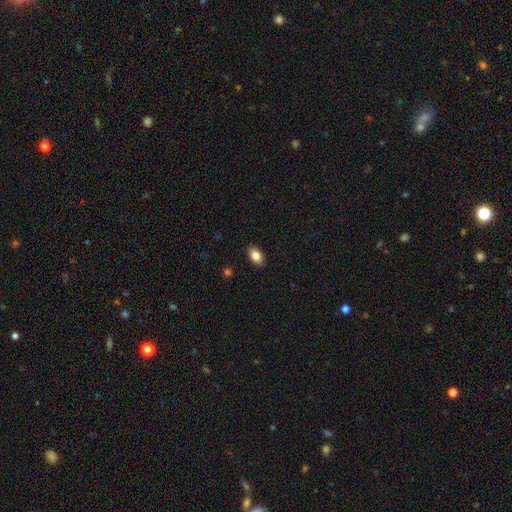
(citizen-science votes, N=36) smooth 92%, featured or disk 6%, star or artifact 3%. Down the decision tree: how rounded — in between (94%); merging — none (94%).